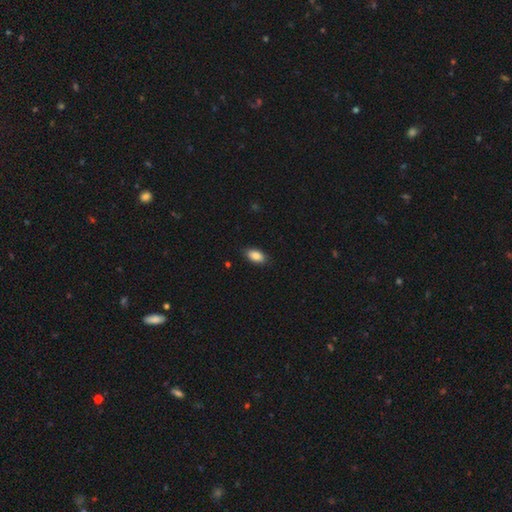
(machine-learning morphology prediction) Smooth or featured? smooth (87%)
How rounded? in between (92%)
Merging? none (86%)